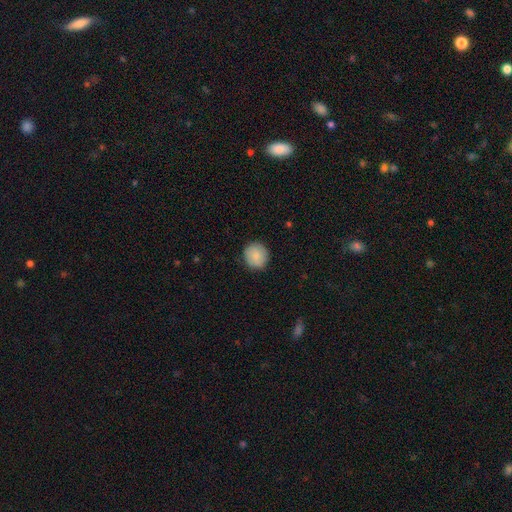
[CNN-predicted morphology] This is clearly a smooth galaxy (86%). How rounded: clearly round (90%). Merging: clearly none (88%).